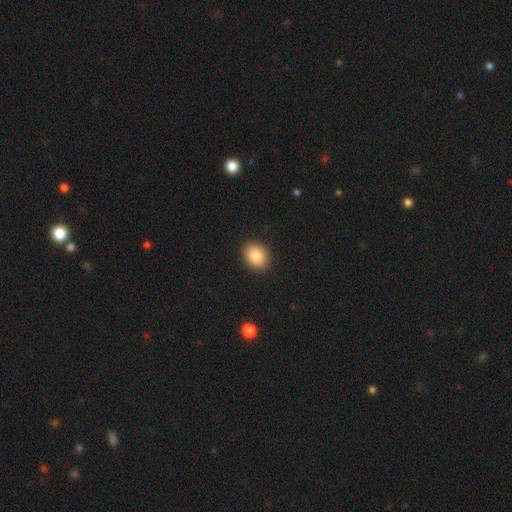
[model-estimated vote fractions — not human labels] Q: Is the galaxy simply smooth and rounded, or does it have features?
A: smooth — 86%.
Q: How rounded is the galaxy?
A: in between — 52%.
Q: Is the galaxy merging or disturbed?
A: none — 91%.